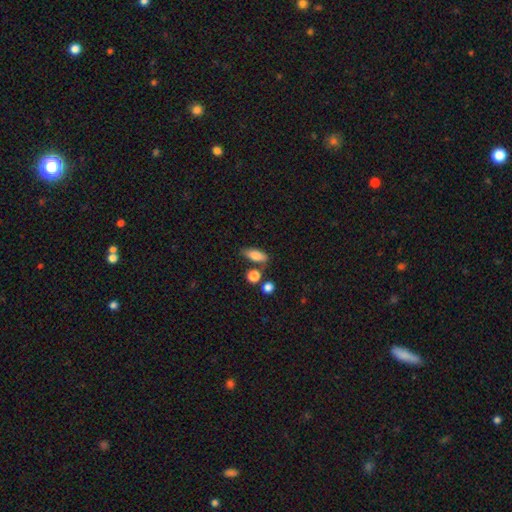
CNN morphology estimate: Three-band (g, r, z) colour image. It shows a smooth galaxy with no disk features (79%) that is in between round and cigar-shaped (75%). Merging: none (65%).